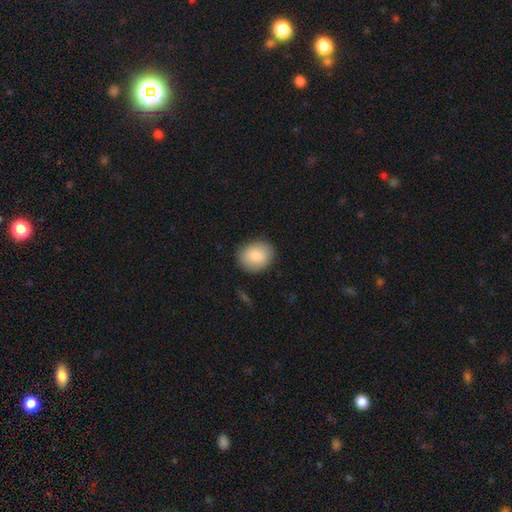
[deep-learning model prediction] This appears to be a smooth galaxy with no disk features (84%) that is round (59%). Merging: none (87%).